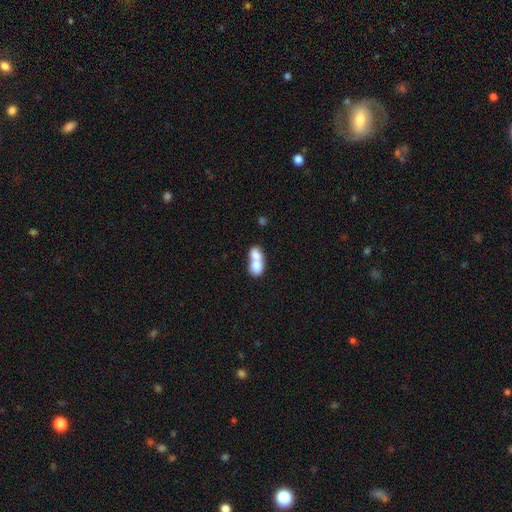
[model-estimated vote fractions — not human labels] The model was most divided on "how rounded": in between: 62%, round: 36%, cigar-shaped: 2%. More confident: merging — merger (77%); smooth or featured — smooth (72%).